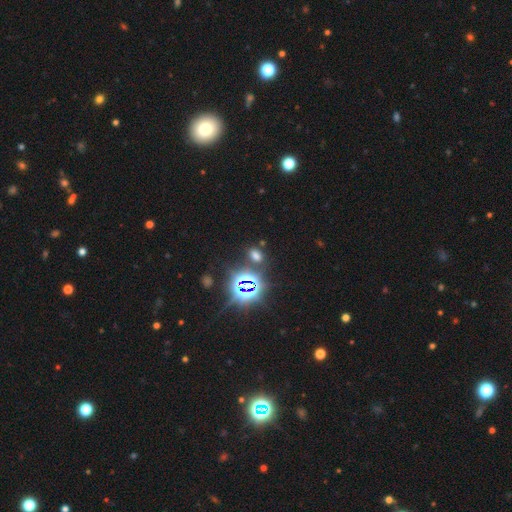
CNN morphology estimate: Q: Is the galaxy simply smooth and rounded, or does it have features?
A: smooth — 48%.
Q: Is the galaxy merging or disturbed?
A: none — 77%.